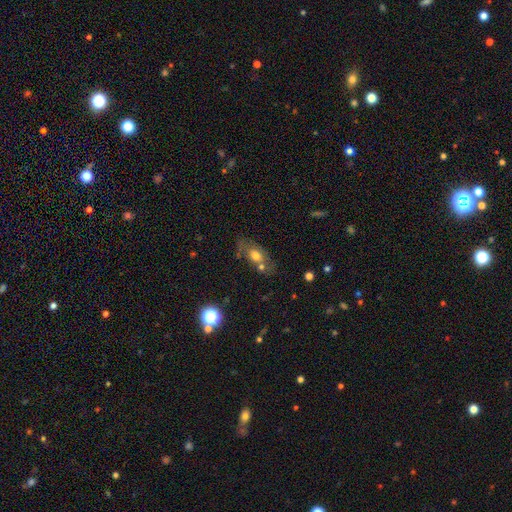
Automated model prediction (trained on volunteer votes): This is possibly a smooth galaxy (58%). How rounded: likely in between (76%). Merging: possibly none (56%).